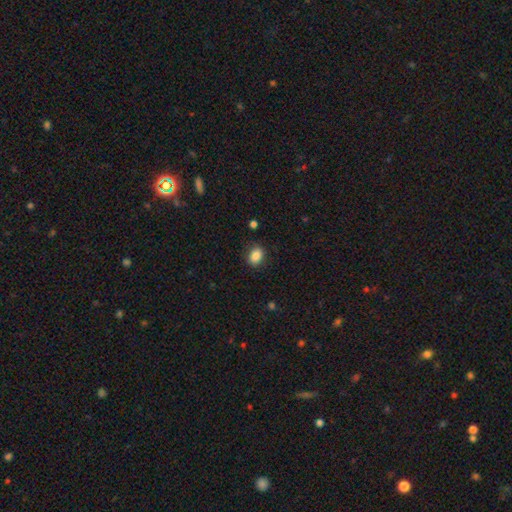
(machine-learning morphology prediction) Smooth or featured? smooth (87%)
How rounded? in between (69%)
Merging? none (83%)